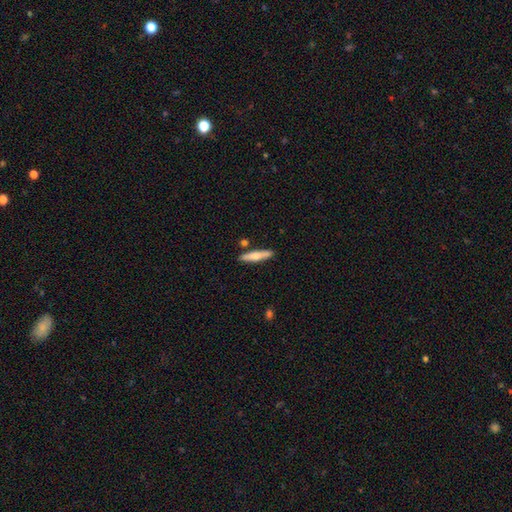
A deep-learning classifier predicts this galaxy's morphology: Q: Smooth or featured?
A: smooth (63%); runner-up: featured or disk (32%)
Q: How rounded?
A: cigar-shaped (85%); runner-up: in between (13%)
Q: Merging?
A: none (84%); runner-up: minor disturbance (10%)